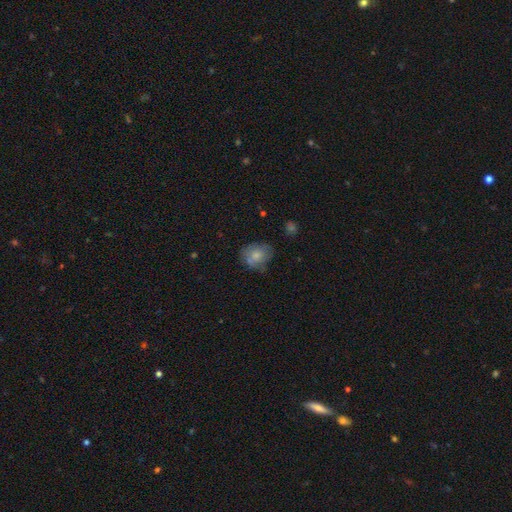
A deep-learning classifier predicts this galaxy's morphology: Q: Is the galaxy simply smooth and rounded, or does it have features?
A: smooth — 68%.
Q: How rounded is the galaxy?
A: round — 53%.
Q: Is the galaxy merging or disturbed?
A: none — 57%.